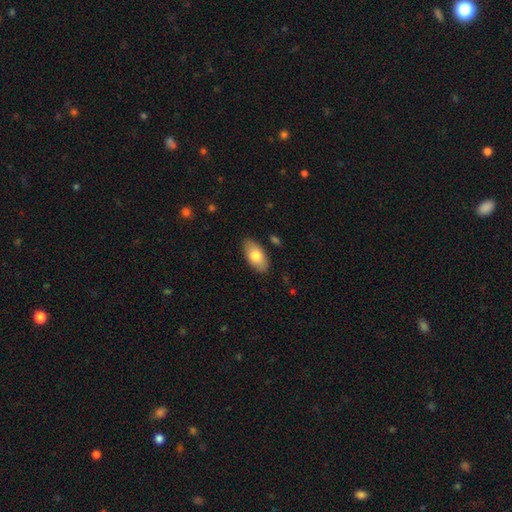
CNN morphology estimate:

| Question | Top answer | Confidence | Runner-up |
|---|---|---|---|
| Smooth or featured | smooth | 79% | featured or disk (15%) |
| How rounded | in between | 94% | cigar-shaped (3%) |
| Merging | none | 85% | minor disturbance (12%) |